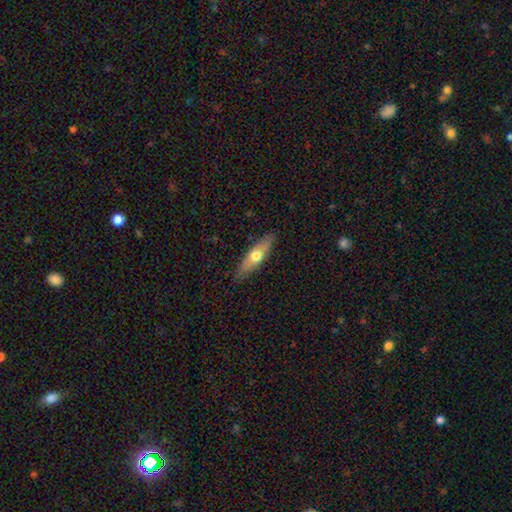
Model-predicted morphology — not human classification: Smooth or featured? Predicted: smooth (p=0.52). How rounded? Predicted: cigar-shaped (p=0.59). Merging? Predicted: none (p=0.87).